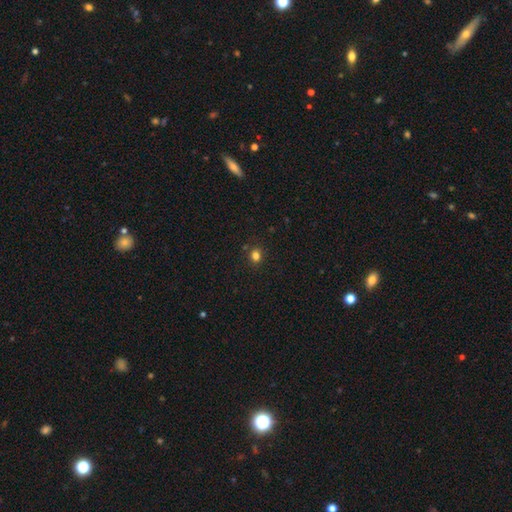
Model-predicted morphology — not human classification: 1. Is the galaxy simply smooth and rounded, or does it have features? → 79% smooth, 16% star or artifact, 5% featured or disk.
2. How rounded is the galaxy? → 64% round, 35% in between, 1% cigar-shaped.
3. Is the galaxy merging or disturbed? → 84% none, 10% minor disturbance, 3% merger, 3% major disturbance.